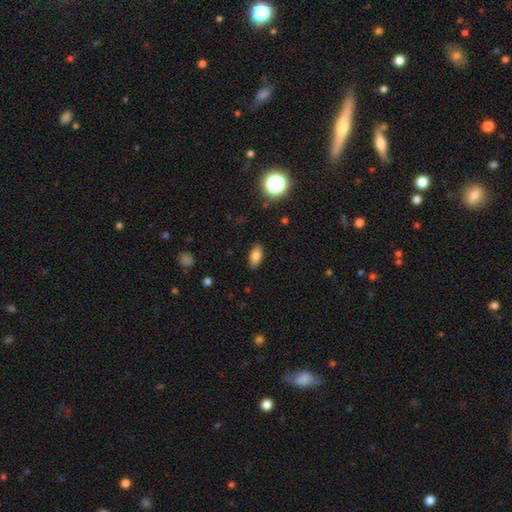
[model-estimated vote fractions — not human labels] Smooth or featured?
  - smooth: 81% *
  - featured or disk: 10%
  - star or artifact: 10%
How rounded?
  - in between: 89% *
  - cigar-shaped: 7%
  - round: 4%
Merging?
  - none: 87% *
  - minor disturbance: 9%
  - major disturbance: 2%
  - merger: 1%